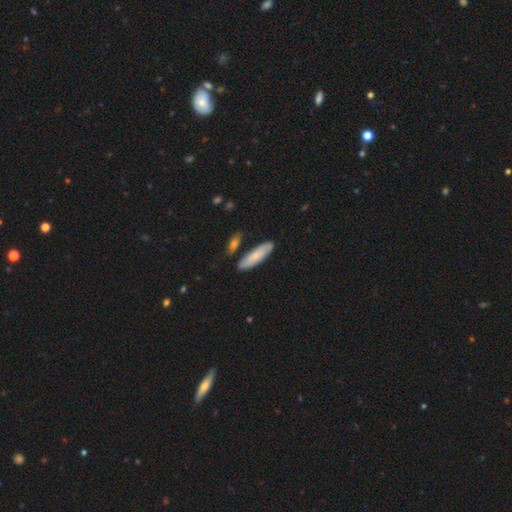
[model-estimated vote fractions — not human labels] Q: Smooth or featured?
A: smooth (75%); runner-up: featured or disk (20%)
Q: How rounded?
A: cigar-shaped (59%); runner-up: in between (39%)
Q: Merging?
A: none (79%); runner-up: minor disturbance (12%)